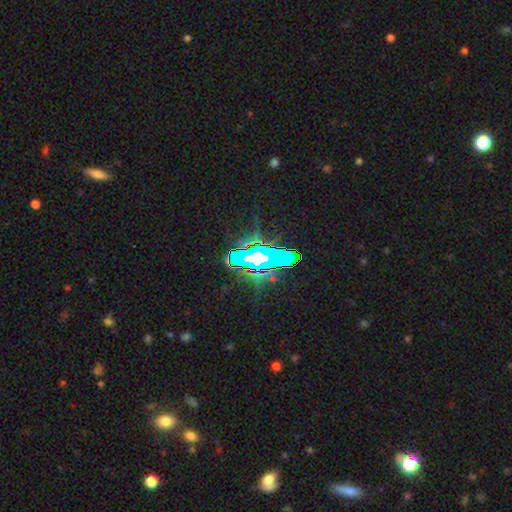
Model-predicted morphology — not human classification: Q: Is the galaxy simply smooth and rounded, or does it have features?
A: star or artifact — 64%.